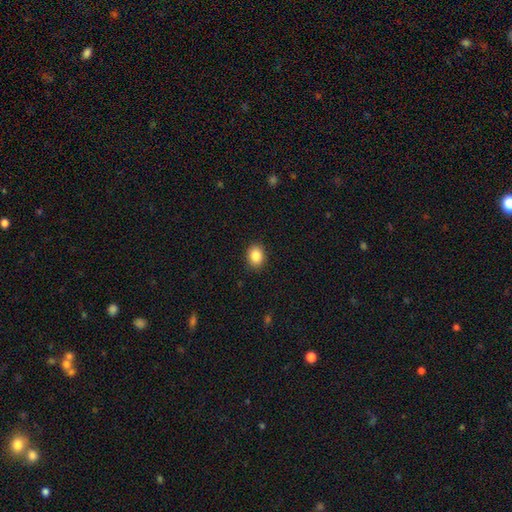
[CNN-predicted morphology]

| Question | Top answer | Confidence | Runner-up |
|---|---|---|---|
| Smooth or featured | smooth | 87% | star or artifact (9%) |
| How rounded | in between | 55% | round (44%) |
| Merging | none | 89% | minor disturbance (8%) |